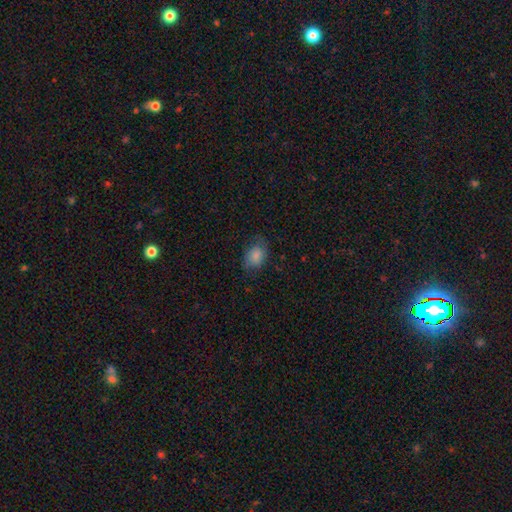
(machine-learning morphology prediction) A smooth galaxy with no disk features (74%) that is in between round and cigar-shaped (76%). Merging: none (61%).